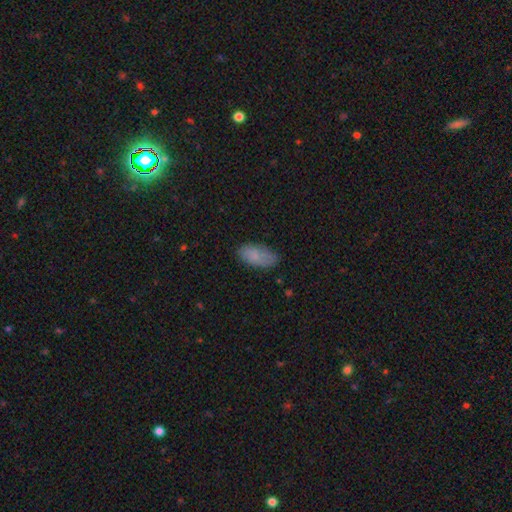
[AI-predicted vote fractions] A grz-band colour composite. It shows a smooth galaxy with no disk features (84%) that is in between round and cigar-shaped (92%). Merging: none (74%).